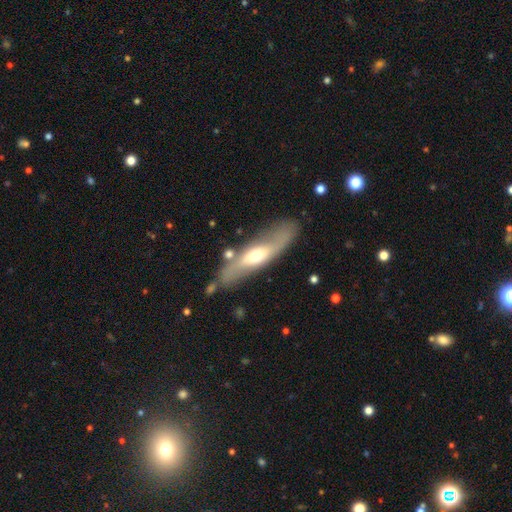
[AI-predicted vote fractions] This is possibly a featured or disk galaxy (58%). It is possibly not viewed edge-on (53%). Merging: likely none (75%).